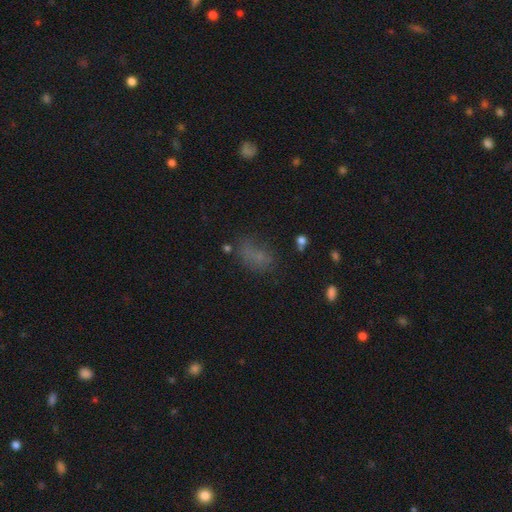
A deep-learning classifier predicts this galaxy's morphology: smooth-or-featured: smooth: 62% | star or artifact: 23% | featured or disk: 16%
  how-rounded: in between: 81% | round: 13% | cigar-shaped: 5%
  merging: none: 48% | minor disturbance: 25% | major disturbance: 22% | merger: 6%